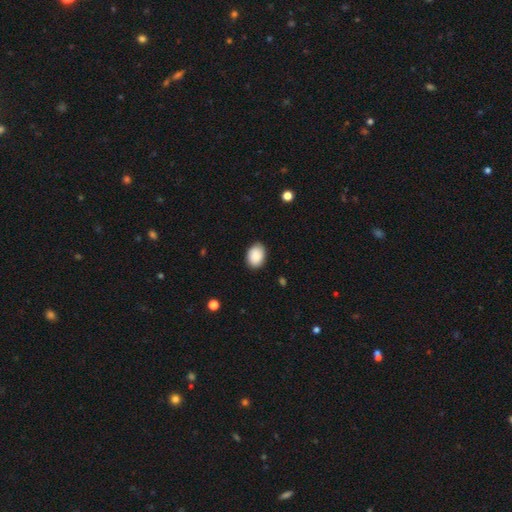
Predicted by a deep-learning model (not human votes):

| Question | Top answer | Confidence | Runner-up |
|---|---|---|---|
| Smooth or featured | smooth | 90% | star or artifact (7%) |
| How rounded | in between | 74% | round (25%) |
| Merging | none | 85% | minor disturbance (11%) |